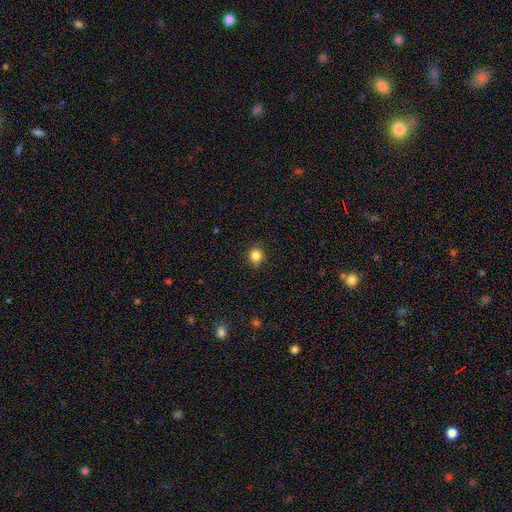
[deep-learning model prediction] A smooth galaxy with no disk features (84%) that is round (84%).

Vote fractions:
- Smooth or featured? smooth: 84% / star or artifact: 11% / featured or disk: 5%
- How rounded? round: 84% / in between: 15% / cigar-shaped: 1%
- Merging? none: 81% / minor disturbance: 15% / major disturbance: 3% / merger: 1%